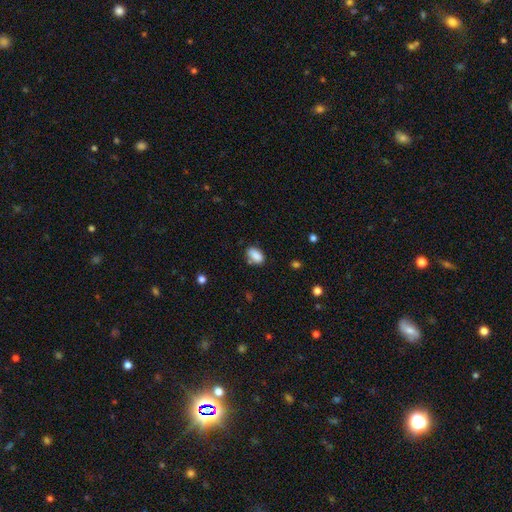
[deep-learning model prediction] smooth 86%, star or artifact 8%, featured or disk 5%. Down the decision tree: how rounded — in between (89%); merging — none (69%).